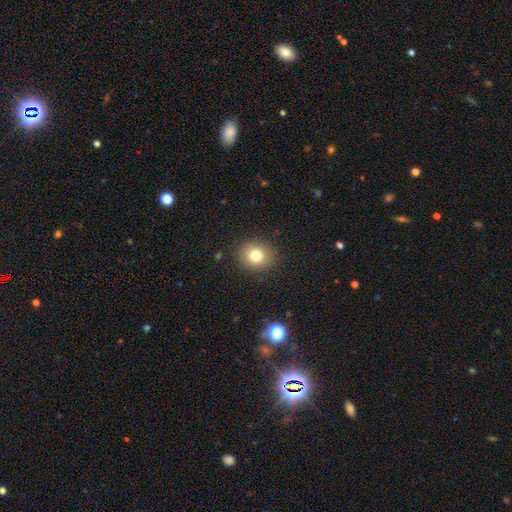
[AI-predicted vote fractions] smooth_or_featured: smooth (p=0.79) [alt: star or artifact p=0.12]
how_rounded: round (p=0.82) [alt: in between p=0.17]
merging: none (p=0.90) [alt: minor disturbance p=0.07]